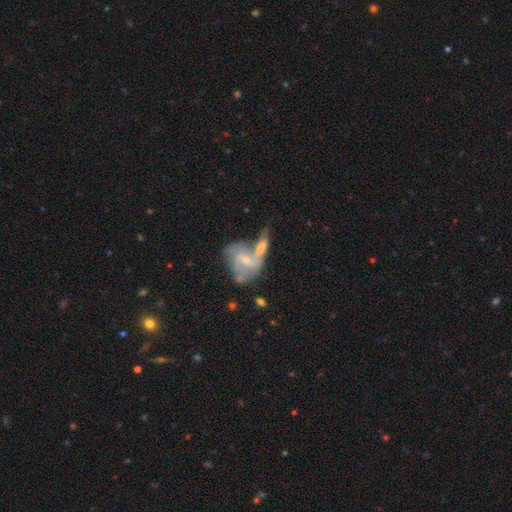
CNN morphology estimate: smooth_or_featured: featured or disk (p=0.72) [alt: smooth p=0.18]
disk_edge_on: no (p=0.95) [alt: yes p=0.05]
bar: weak (p=0.43) [alt: no p=0.41]
has_spiral_arms: yes (p=0.79) [alt: no p=0.21]
spiral_winding: medium (p=0.42) [alt: loose p=0.33]
spiral_arm_count: 2 (p=0.48) [alt: can't tell p=0.29]
bulge_size: small (p=0.60) [alt: moderate p=0.32]
merging: merger (p=0.55) [alt: none p=0.22]